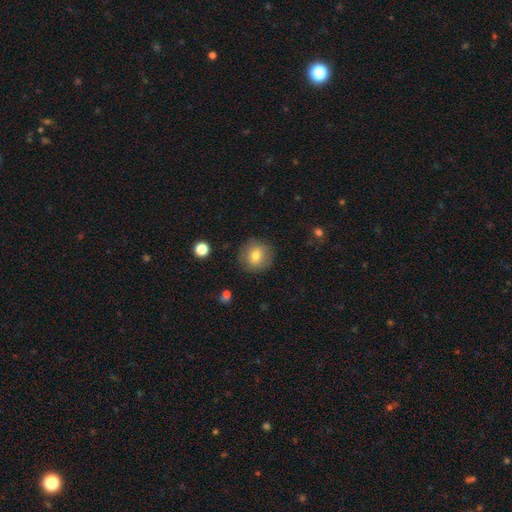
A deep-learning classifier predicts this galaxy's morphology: Overall: smooth (74%). How rounded: round (89%). Merging: none (85%).